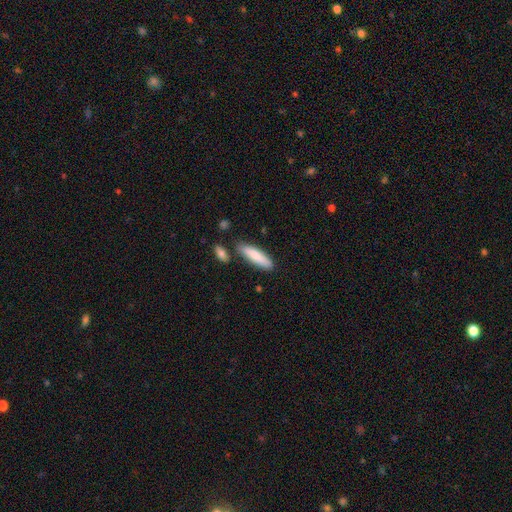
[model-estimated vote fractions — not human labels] Smooth or featured?
  - smooth: 82% *
  - featured or disk: 13%
  - star or artifact: 5%
How rounded?
  - cigar-shaped: 63% *
  - in between: 35%
  - round: 2%
Merging?
  - none: 78% *
  - minor disturbance: 14%
  - merger: 6%
  - major disturbance: 3%